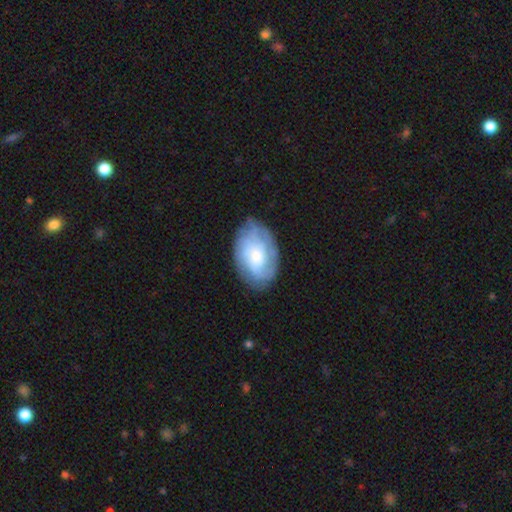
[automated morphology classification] Q: Smooth or featured?
A: featured or disk (60%); runner-up: smooth (33%)
Q: Edge-on disk?
A: no (96%); runner-up: yes (4%)
Q: Bar?
A: no (73%); runner-up: weak (23%)
Q: Spiral arms?
A: yes (82%); runner-up: no (18%)
Q: Bulge size?
A: small (45%); runner-up: moderate (37%)
Q: Merging?
A: none (68%); runner-up: minor disturbance (22%)